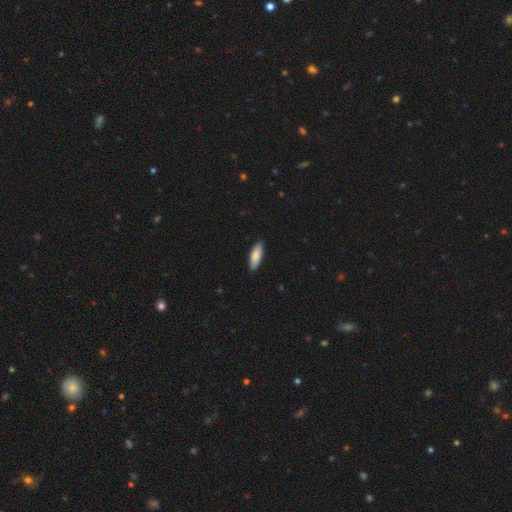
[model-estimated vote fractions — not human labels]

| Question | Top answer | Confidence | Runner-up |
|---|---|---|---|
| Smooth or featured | smooth | 83% | featured or disk (11%) |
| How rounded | in between | 60% | cigar-shaped (38%) |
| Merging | none | 89% | minor disturbance (9%) |